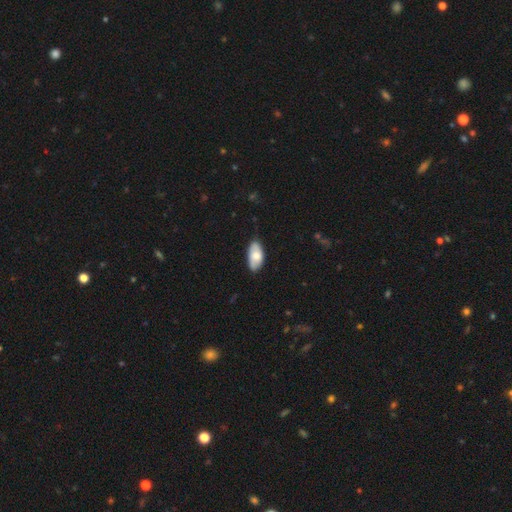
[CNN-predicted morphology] Smooth or featured? Predicted: smooth (p=0.72). How rounded? Predicted: in between (p=0.94). Merging? Predicted: none (p=0.78).